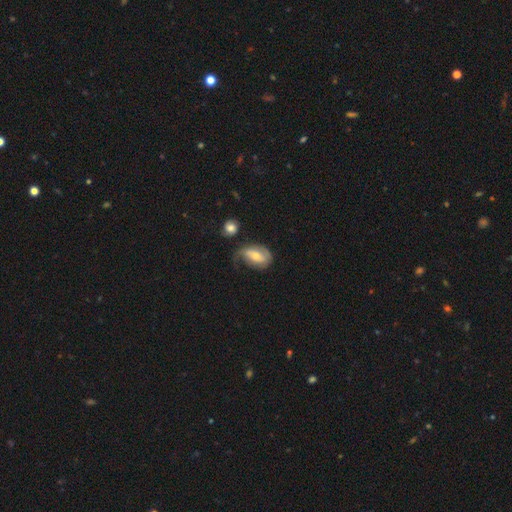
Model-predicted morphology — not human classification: Smooth or featured?
  - featured or disk: 56% *
  - smooth: 38%
  - star or artifact: 7%
Edge-on disk?
  - no: 94% *
  - yes: 6%
Bar?
  - weak: 39% *
  - no: 38%
  - strong: 24%
Spiral arms?
  - yes: 78% *
  - no: 22%
Bulge size?
  - moderate: 55% *
  - small: 38%
  - large: 4%
  - none: 2%
  - dominant: 1%
Merging?
  - none: 37% *
  - minor disturbance: 31%
  - major disturbance: 26%
  - merger: 5%